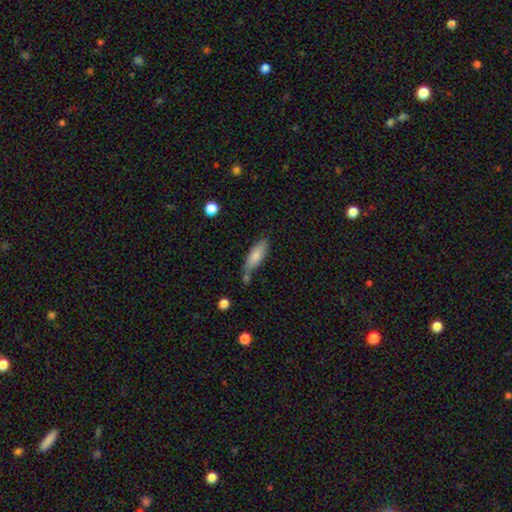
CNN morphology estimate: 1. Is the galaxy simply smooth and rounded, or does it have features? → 80% smooth, 14% featured or disk, 6% star or artifact.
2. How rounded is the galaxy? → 54% in between, 44% cigar-shaped, 2% round.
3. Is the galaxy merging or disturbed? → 55% none, 25% minor disturbance, 13% merger, 7% major disturbance.